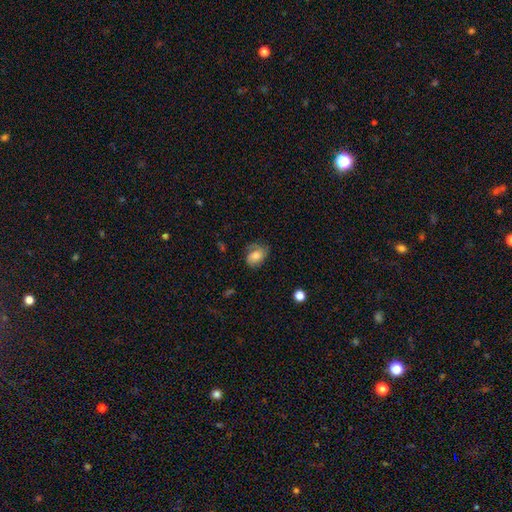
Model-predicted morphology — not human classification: This appears to be a featured or disk galaxy (46%). Merging: none (63%).